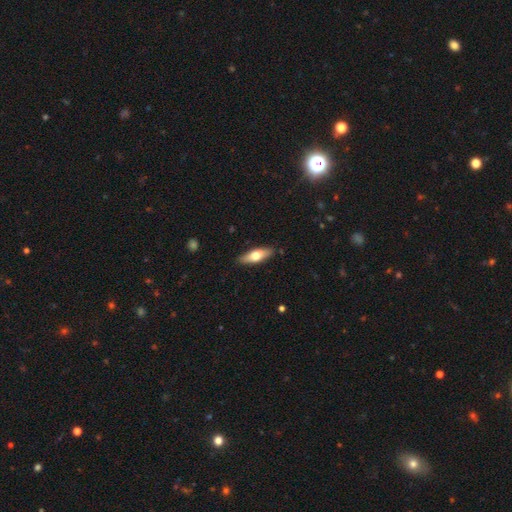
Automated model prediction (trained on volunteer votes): Overall: smooth (61%; featured or disk 34%). How rounded: in between (56%; cigar-shaped 41%). Merging: none (88%).